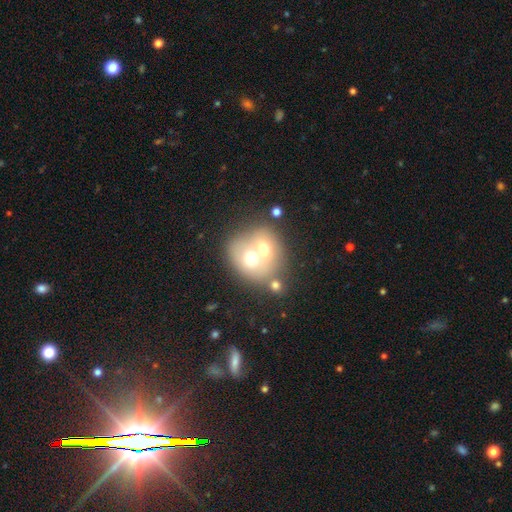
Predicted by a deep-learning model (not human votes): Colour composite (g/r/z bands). It shows a smooth galaxy with no disk features (59%) that is round (64%). Merging: merger (69%).